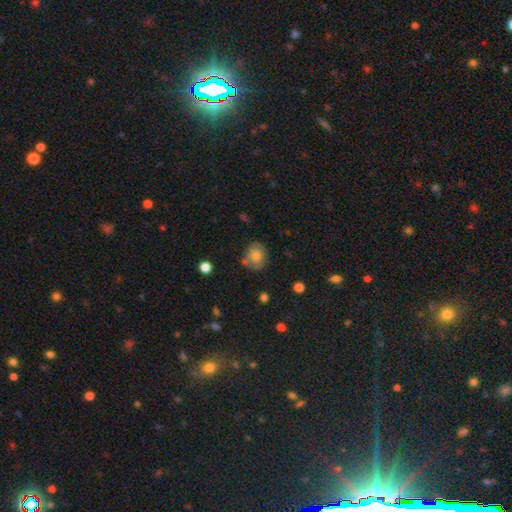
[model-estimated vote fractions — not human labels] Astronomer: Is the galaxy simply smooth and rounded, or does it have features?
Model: smooth — 77%.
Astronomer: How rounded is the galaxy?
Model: round — 66%.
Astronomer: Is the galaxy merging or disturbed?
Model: none — 72%.